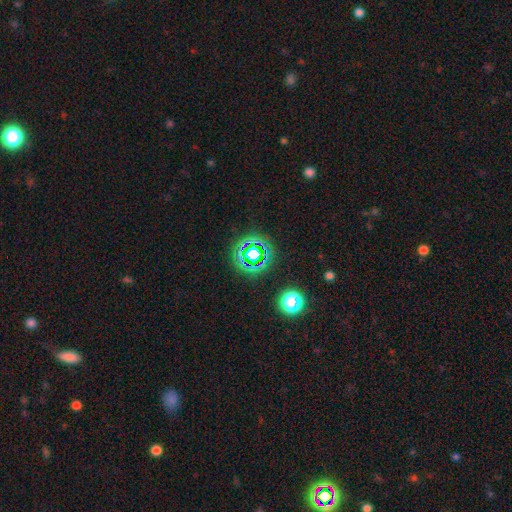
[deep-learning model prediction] Morphology: type=star or artifact (74%).